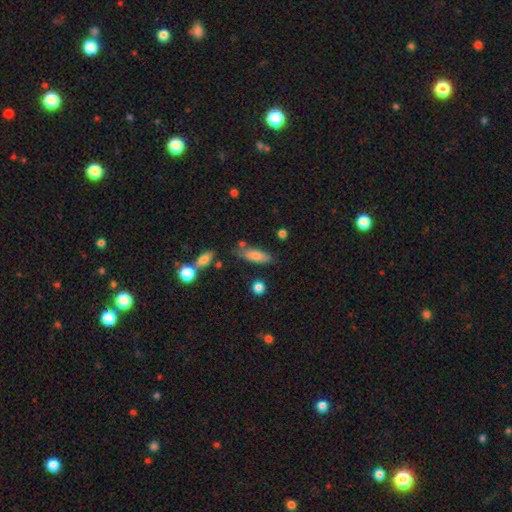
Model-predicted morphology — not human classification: smooth-or-featured: smooth: 80% | featured or disk: 12% | star or artifact: 7%
  how-rounded: in between: 61% | cigar-shaped: 36% | round: 3%
  merging: none: 69% | minor disturbance: 19% | merger: 7% | major disturbance: 5%